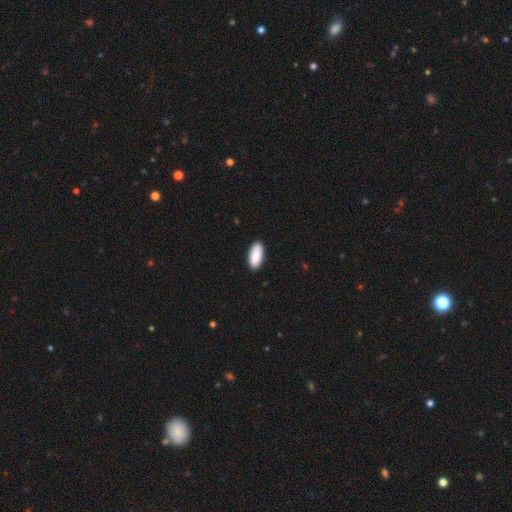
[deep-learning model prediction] Overall: smooth (90%). How rounded: in between (88%). Merging: none (89%).